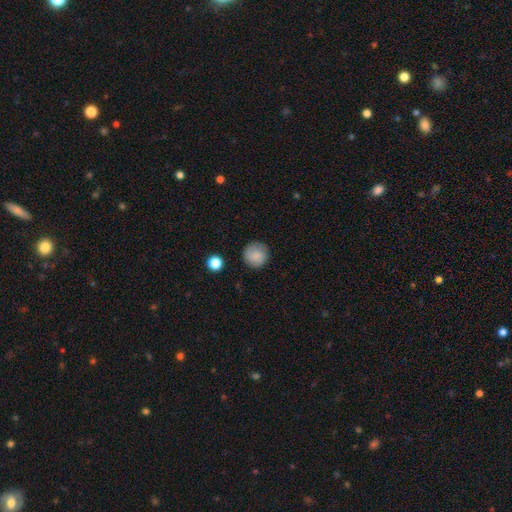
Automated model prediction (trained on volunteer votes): This appears to be a smooth galaxy with no disk features (83%) that is round (94%). Merging: none (85%).